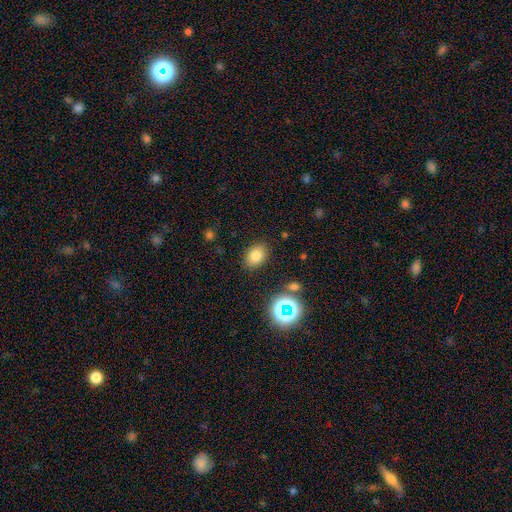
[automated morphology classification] smooth 77%, star or artifact 14%, featured or disk 9%. Down the decision tree: how rounded — in between (72%); merging — none (85%).